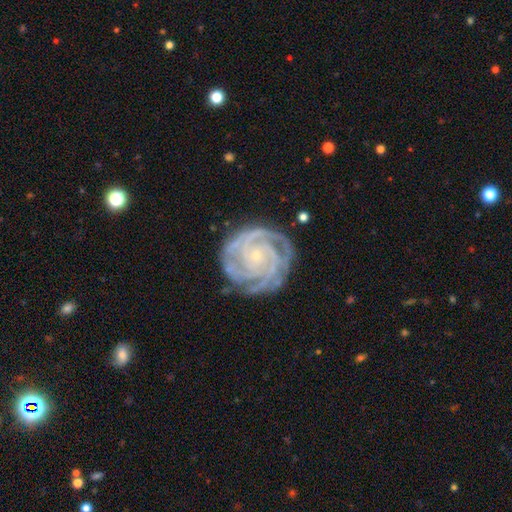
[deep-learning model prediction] A featured or disk galaxy (91%) with no bar (76%), 3 (33%) tight (83%) spiral arms (98%) and a small central bulge (86%).

Vote fractions:
- Smooth or featured? featured or disk: 91% / star or artifact: 6% / smooth: 4%
- Edge-on disk? no: 98% / yes: 2%
- Bar? no: 76% / weak: 17% / strong: 8%
- Spiral arms? yes: 98% / no: 2%
- Spiral winding? tight: 83% / medium: 15% / loose: 2%
- Spiral arm count? 3: 33% / 4: 24% / 2: 15% / can't tell: 13% / more than 4: 8% / 1: 6%
- Bulge size? small: 86% / moderate: 10% / none: 2% / large: 1% / dominant: 1%
- Merging? none: 78% / minor disturbance: 16% / major disturbance: 5% / merger: 1%